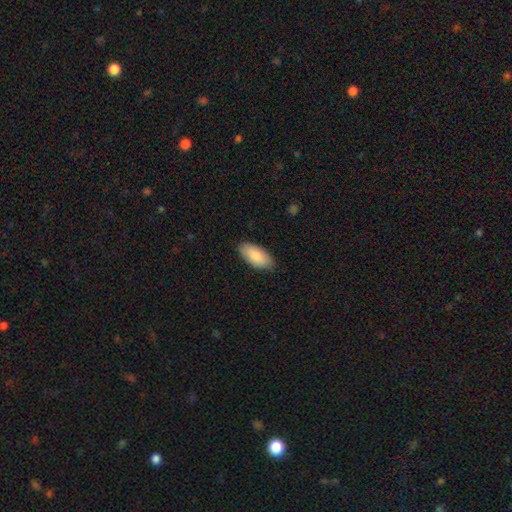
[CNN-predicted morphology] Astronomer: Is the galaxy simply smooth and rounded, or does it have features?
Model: smooth — 86%.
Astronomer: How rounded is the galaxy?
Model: in between — 93%.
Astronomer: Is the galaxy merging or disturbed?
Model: none — 86%.